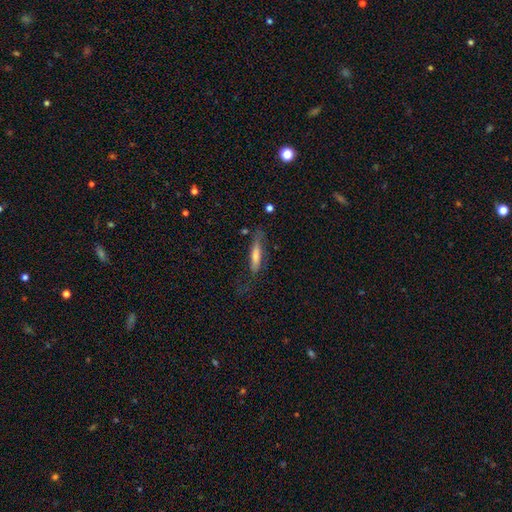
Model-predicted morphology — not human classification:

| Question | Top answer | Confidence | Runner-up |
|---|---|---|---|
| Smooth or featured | smooth | 51% | featured or disk (41%) |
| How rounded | cigar-shaped | 81% | in between (17%) |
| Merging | none | 59% | minor disturbance (24%) |